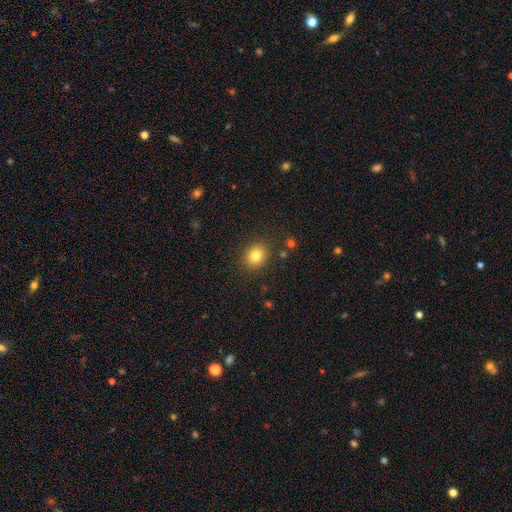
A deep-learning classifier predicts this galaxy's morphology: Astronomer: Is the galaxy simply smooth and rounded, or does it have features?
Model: smooth — 81%.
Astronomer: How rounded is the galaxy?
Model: round — 69%.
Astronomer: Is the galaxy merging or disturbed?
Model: none — 87%.